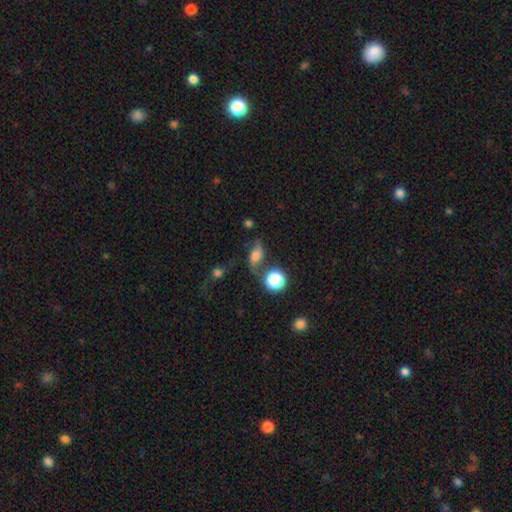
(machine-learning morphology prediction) This appears to be a smooth galaxy with no disk features (43%). Merging: none (53%).